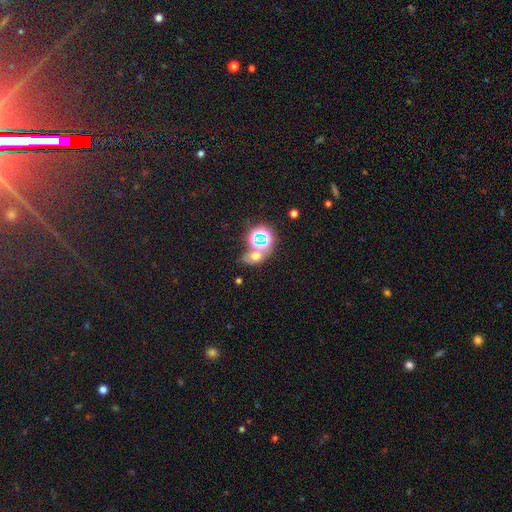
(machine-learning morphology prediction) This appears to be a smooth galaxy with no disk features (48%). Merging: none (52%).